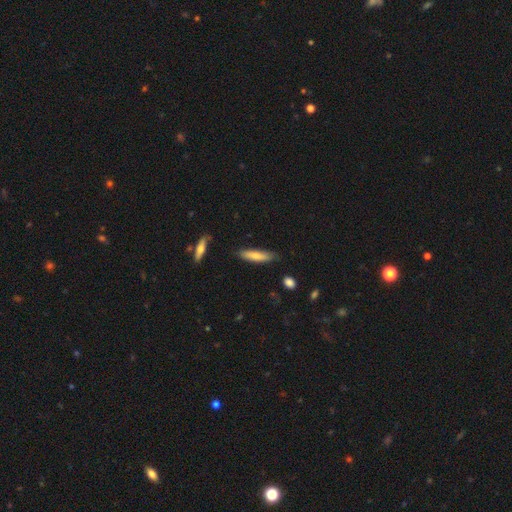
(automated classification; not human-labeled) Smooth or featured? smooth (74%)
How rounded? cigar-shaped (76%)
Merging? none (78%)